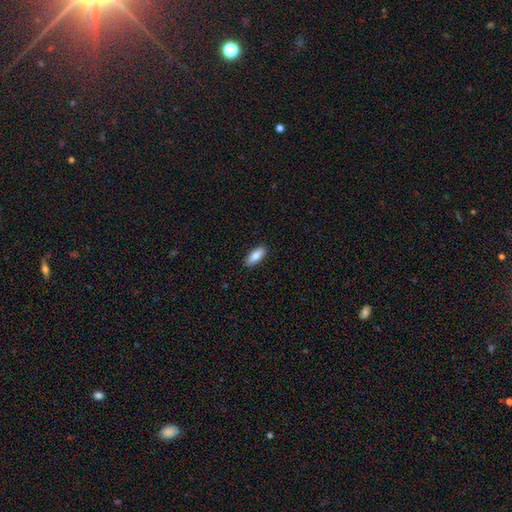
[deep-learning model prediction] smooth 85%, featured or disk 9%, star or artifact 6%. Down the decision tree: how rounded — in between (77%); merging — none (90%).